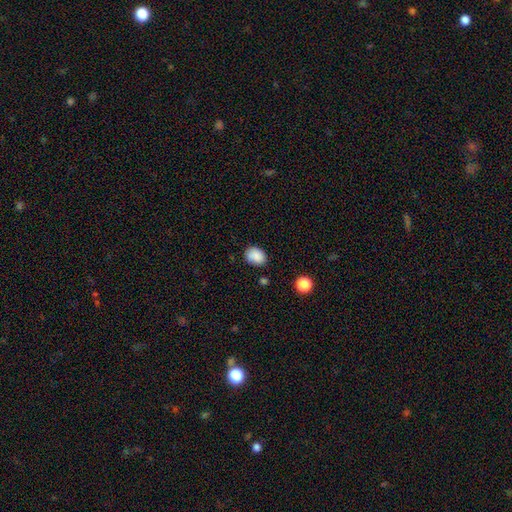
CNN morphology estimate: Q: Smooth or featured?
A: smooth (86%); runner-up: star or artifact (9%)
Q: How rounded?
A: in between (58%); runner-up: round (41%)
Q: Merging?
A: none (75%); runner-up: minor disturbance (18%)